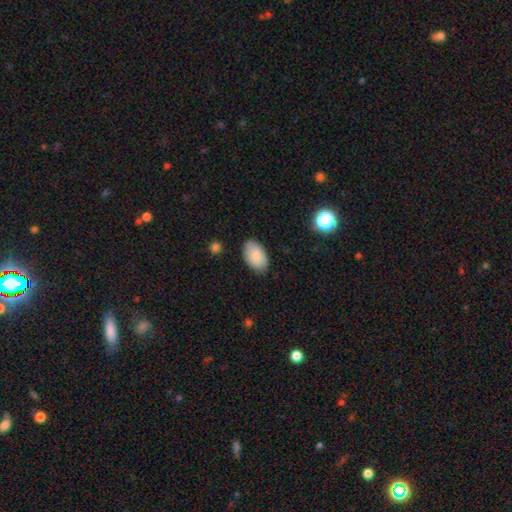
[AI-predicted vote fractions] Q: Smooth or featured?
A: smooth (83%); runner-up: featured or disk (10%)
Q: How rounded?
A: in between (94%); runner-up: round (5%)
Q: Merging?
A: none (84%); runner-up: minor disturbance (13%)